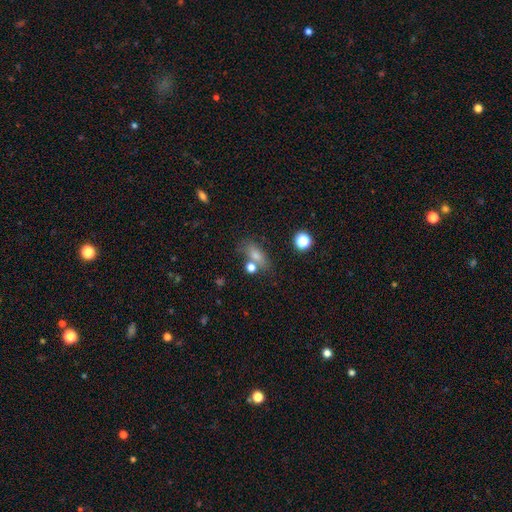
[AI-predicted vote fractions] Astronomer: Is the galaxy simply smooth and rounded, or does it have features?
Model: smooth — 66%.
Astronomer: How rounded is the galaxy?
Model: in between — 69%.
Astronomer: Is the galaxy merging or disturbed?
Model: none — 60%.